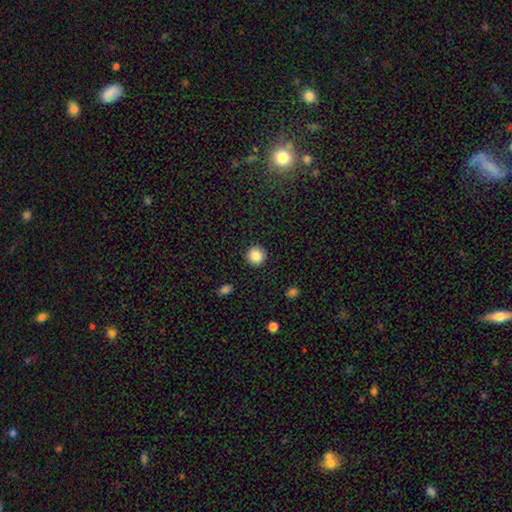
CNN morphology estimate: This is clearly a smooth galaxy (86%). How rounded: clearly round (95%). Merging: clearly none (92%).